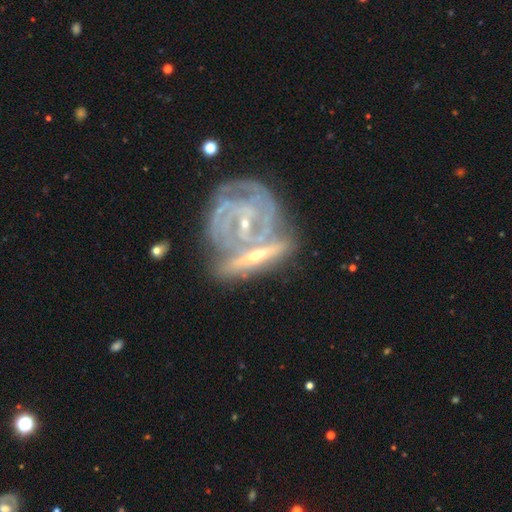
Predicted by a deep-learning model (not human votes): This appears to be a featured or disk galaxy (81%) with no bar (52%), spiral arms (81%) and a small central bulge (69%). Merging: merger (40%).